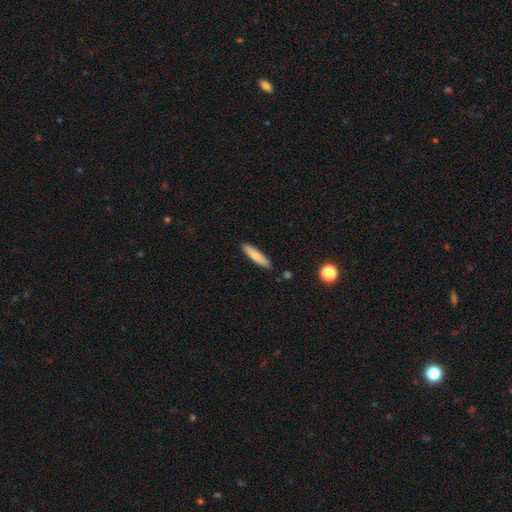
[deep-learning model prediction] Smooth or featured? Predicted: smooth (p=0.79). How rounded? Predicted: cigar-shaped (p=0.81). Merging? Predicted: none (p=0.86).